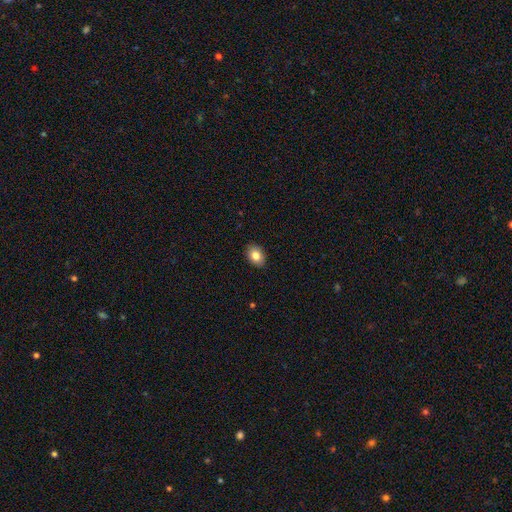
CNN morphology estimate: A smooth galaxy with no disk features (84%) that is in between round and cigar-shaped (77%).

Vote fractions:
- Smooth or featured? smooth: 84% / featured or disk: 8% / star or artifact: 8%
- How rounded? in between: 77% / round: 21% / cigar-shaped: 1%
- Merging? none: 90% / minor disturbance: 8% / major disturbance: 2% / merger: 1%